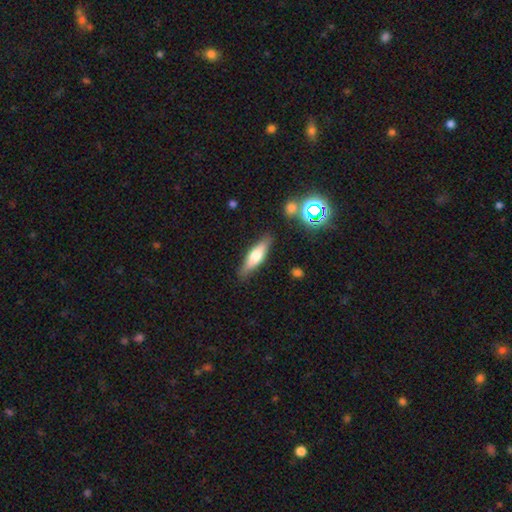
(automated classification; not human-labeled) A smooth galaxy with no disk features (54%) that is cigar-shaped (63%).

Vote fractions:
- Smooth or featured? smooth: 54% / featured or disk: 39% / star or artifact: 7%
- How rounded? cigar-shaped: 63% / in between: 35% / round: 2%
- Merging? none: 84% / minor disturbance: 11% / major disturbance: 3% / merger: 2%